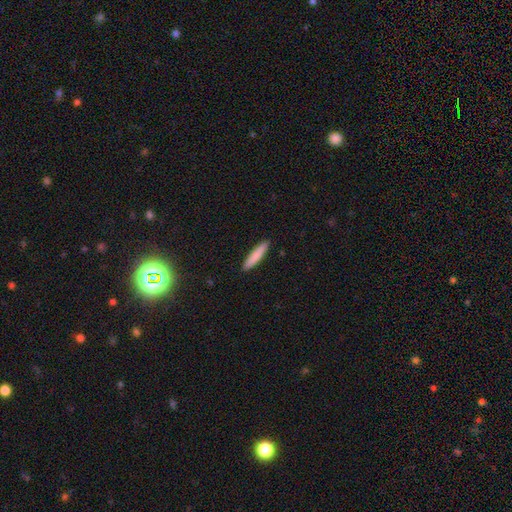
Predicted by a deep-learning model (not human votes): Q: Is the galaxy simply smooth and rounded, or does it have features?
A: smooth — 84%.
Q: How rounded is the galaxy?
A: cigar-shaped — 88%.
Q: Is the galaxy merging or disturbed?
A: none — 91%.